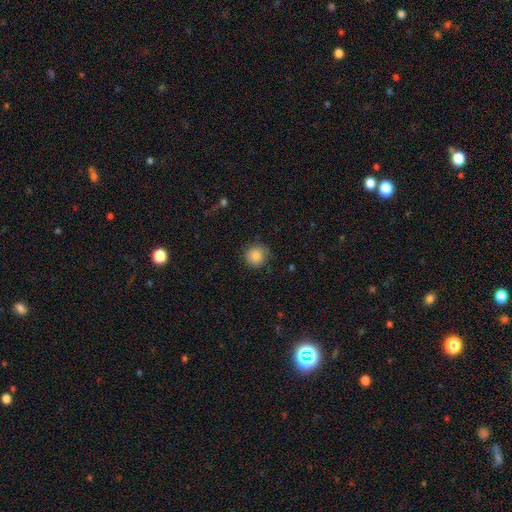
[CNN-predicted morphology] smooth 86%, star or artifact 9%, featured or disk 5%. Down the decision tree: how rounded — round (92%); merging — none (81%).